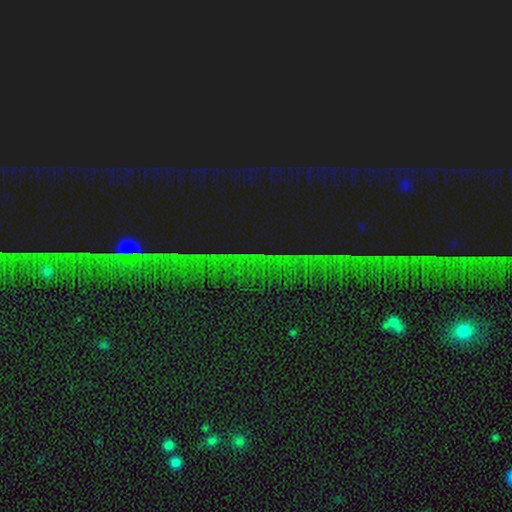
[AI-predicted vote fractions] Morphology: type=star or artifact (84%).